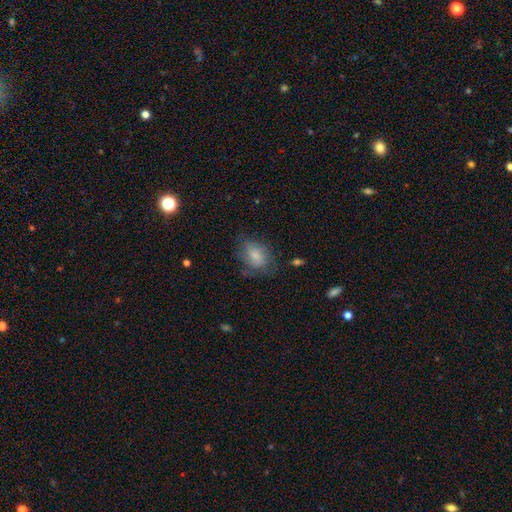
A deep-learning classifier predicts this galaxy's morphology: Smooth or featured?
  - smooth: 74% *
  - featured or disk: 18%
  - star or artifact: 8%
How rounded?
  - in between: 66% *
  - round: 33%
  - cigar-shaped: 1%
Merging?
  - none: 55% *
  - minor disturbance: 28%
  - major disturbance: 15%
  - merger: 2%